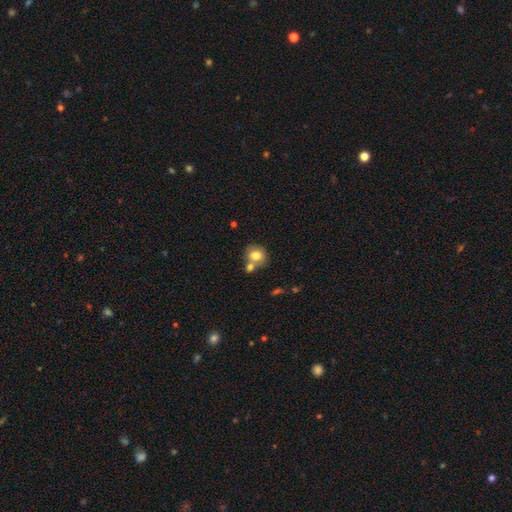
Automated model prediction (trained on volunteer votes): Smooth or featured: smooth — 77% (featured or disk — 13%)
How rounded: round — 67% (in between — 32%)
Merging: none — 52% (merger — 33%)